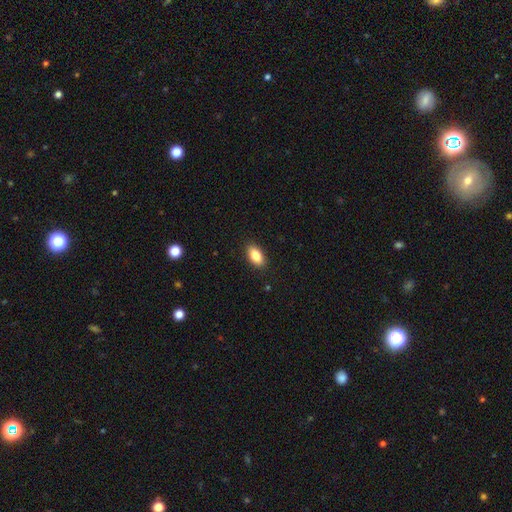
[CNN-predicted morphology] Smooth or featured?
  - smooth: 86% *
  - star or artifact: 7%
  - featured or disk: 7%
How rounded?
  - in between: 91% *
  - cigar-shaped: 5%
  - round: 4%
Merging?
  - none: 89% *
  - minor disturbance: 8%
  - major disturbance: 2%
  - merger: 1%